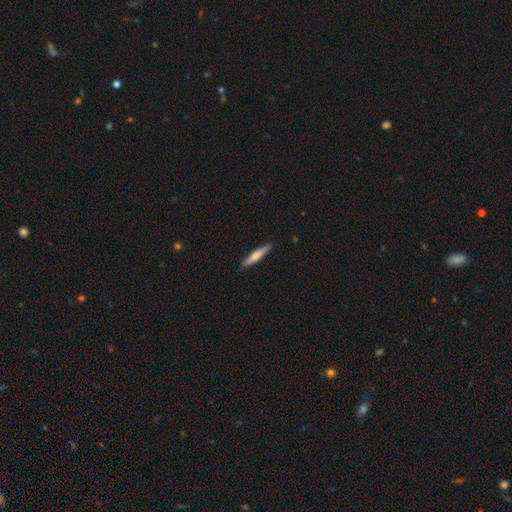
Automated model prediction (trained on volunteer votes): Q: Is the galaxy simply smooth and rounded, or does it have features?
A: smooth — 52%.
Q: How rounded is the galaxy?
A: cigar-shaped — 92%.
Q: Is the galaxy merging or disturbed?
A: none — 91%.